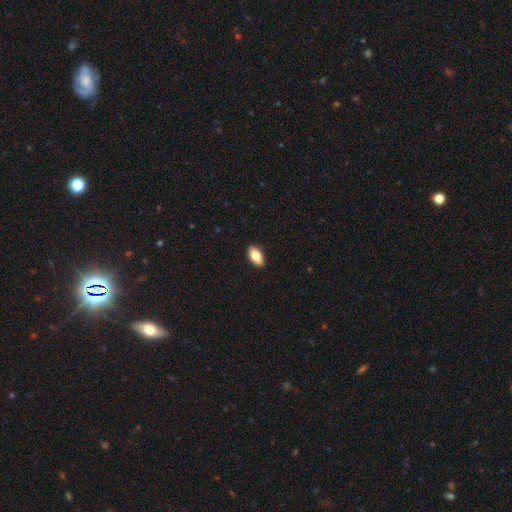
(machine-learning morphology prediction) A smooth galaxy with no disk features (79%) that is in between round and cigar-shaped (92%). Merging: none (91%).